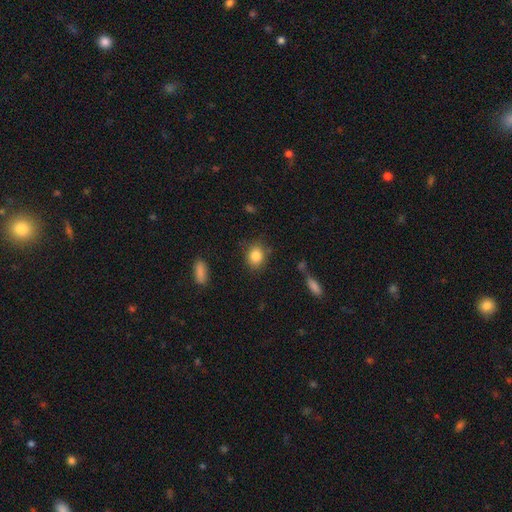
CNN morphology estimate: smooth 85%, star or artifact 9%, featured or disk 6%. Down the decision tree: how rounded — round (58%); merging — none (80%).